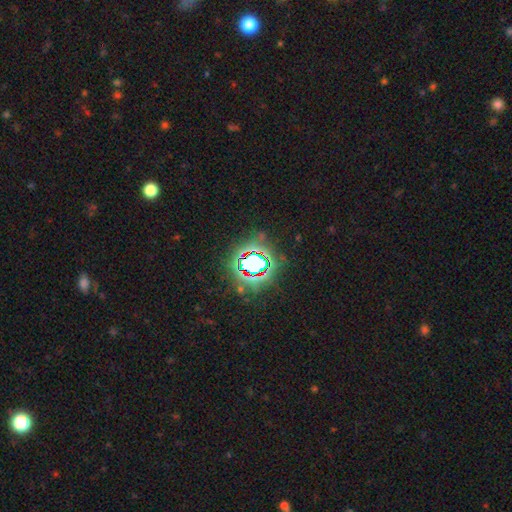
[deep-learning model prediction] smooth_or_featured: star or artifact (p=0.85) [alt: smooth p=0.09]